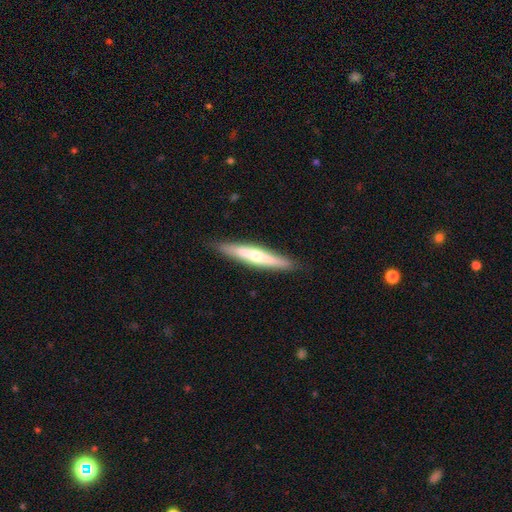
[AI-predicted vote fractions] A featured or disk galaxy (51%) viewed edge-on (93%). Merging: none (88%).